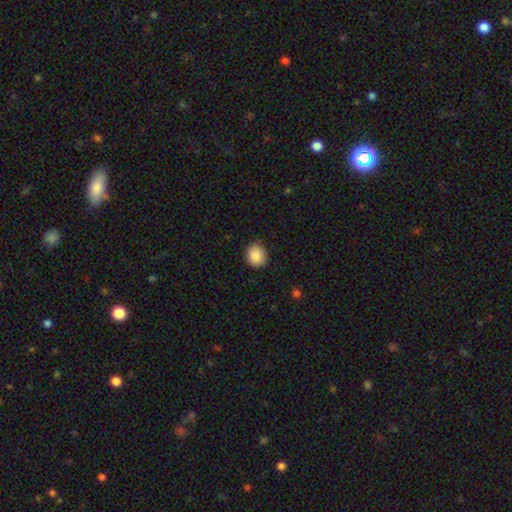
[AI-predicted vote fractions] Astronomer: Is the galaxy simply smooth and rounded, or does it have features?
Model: smooth — 89%.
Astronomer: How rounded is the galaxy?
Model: round — 69%.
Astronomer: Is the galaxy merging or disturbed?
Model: none — 86%.